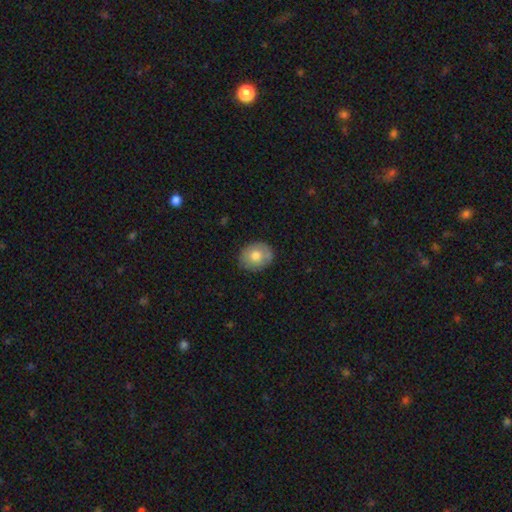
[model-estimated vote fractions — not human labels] Q: Smooth or featured?
A: smooth (73%); runner-up: featured or disk (19%)
Q: How rounded?
A: round (56%); runner-up: in between (43%)
Q: Merging?
A: none (84%); runner-up: minor disturbance (13%)